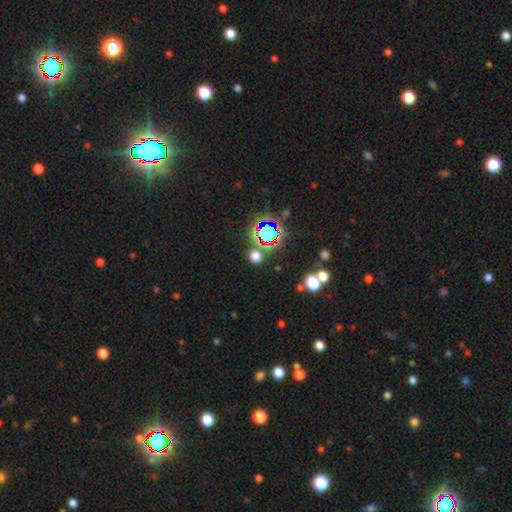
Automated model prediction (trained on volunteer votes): This is possibly a smooth galaxy (58%). How rounded: clearly round (83%). Merging: likely none (77%).